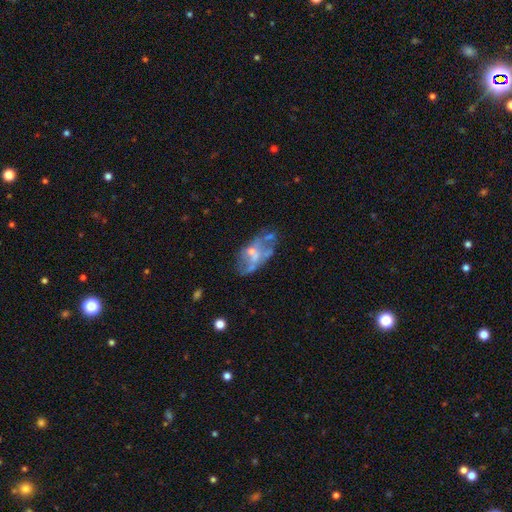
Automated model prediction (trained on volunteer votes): This is likely a featured or disk galaxy (66%). It is clearly not viewed edge-on (95%). Bar: likely no (79%). Spiral arm pattern: likely no (74%). Central bulge: possibly small (48%). Merging: marginally none (42%).